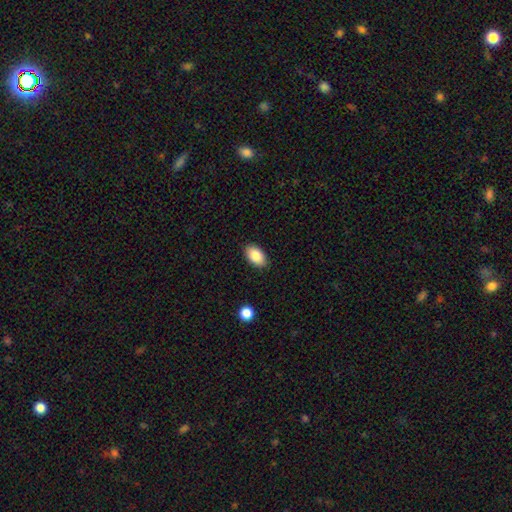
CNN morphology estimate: Smooth or featured: smooth — 86% (featured or disk — 7%)
How rounded: in between — 92% (round — 6%)
Merging: none — 88% (minor disturbance — 9%)